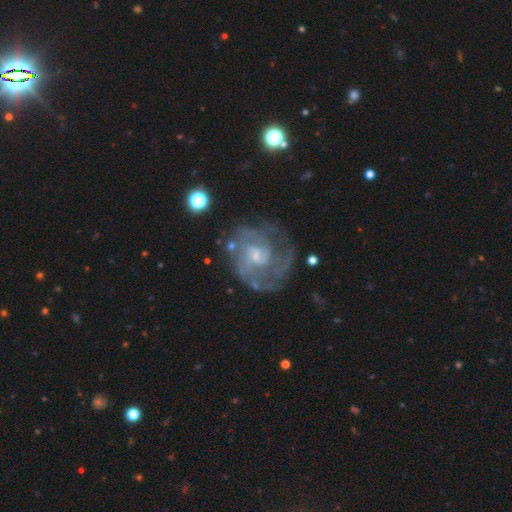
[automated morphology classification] This appears to be a featured or disk galaxy (82%) with no bar (55%), tight (47%) spiral arms (88%) and a small central bulge (63%). Merging: none (62%).